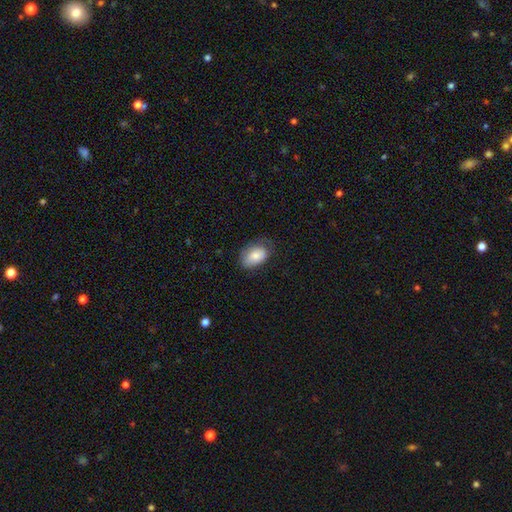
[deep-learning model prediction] The model was most divided on "merging": none: 58%, minor disturbance: 30%, major disturbance: 11%, merger: 1%. More confident: how rounded — in between (89%); smooth or featured — smooth (79%).